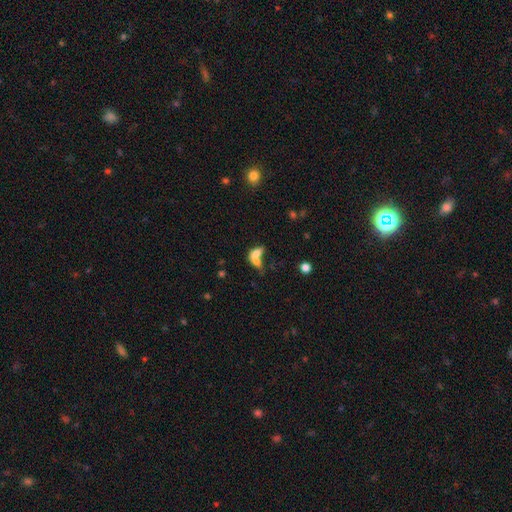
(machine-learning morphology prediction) Smooth or featured? smooth (65%)
How rounded? in between (76%)
Merging? merger (65%)